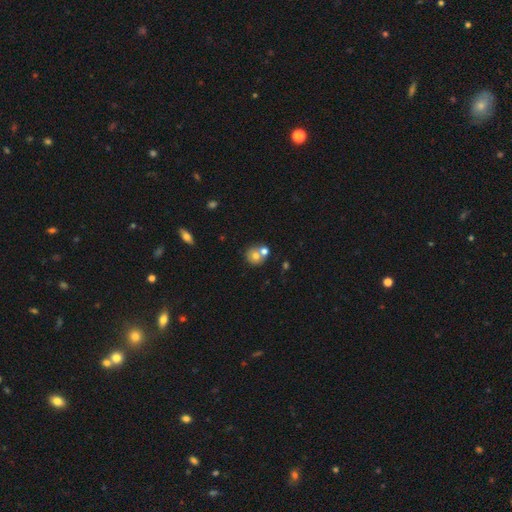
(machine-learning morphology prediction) Smooth or featured? Predicted: smooth (p=0.67). How rounded? Predicted: round (p=0.83). Merging? Predicted: none (p=0.46).